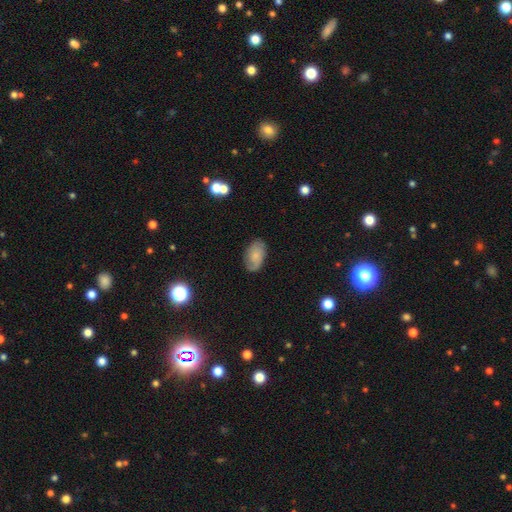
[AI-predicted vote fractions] Morphology: type=smooth (57%); roundness=in between (91%); merging=none (76%).